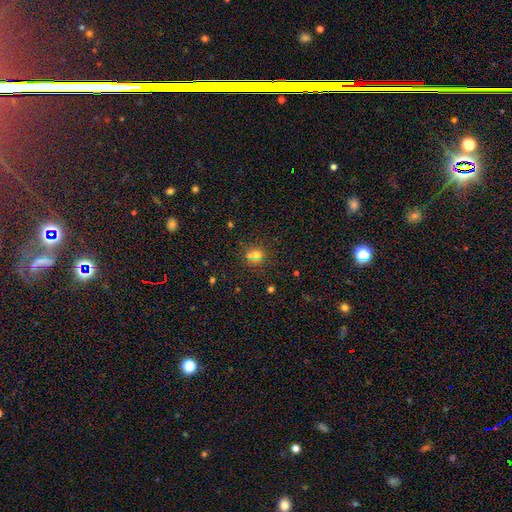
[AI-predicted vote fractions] Smooth or featured? smooth (65%)
How rounded? round (87%)
Merging? none (60%)